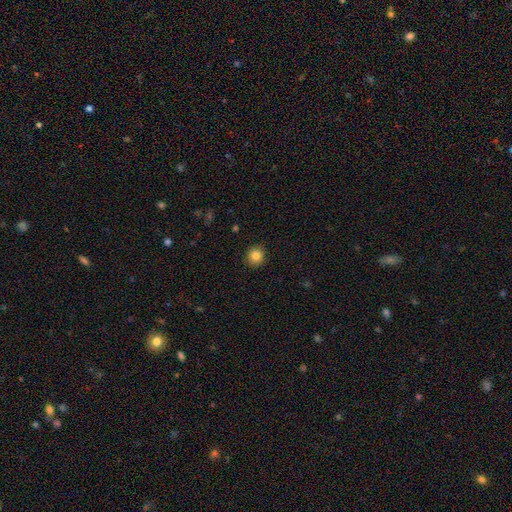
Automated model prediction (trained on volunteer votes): A smooth galaxy with no disk features (85%) that is round (90%).

Vote fractions:
- Smooth or featured? smooth: 85% / star or artifact: 10% / featured or disk: 5%
- How rounded? round: 90% / in between: 9% / cigar-shaped: 1%
- Merging? none: 91% / minor disturbance: 7% / major disturbance: 2% / merger: 1%